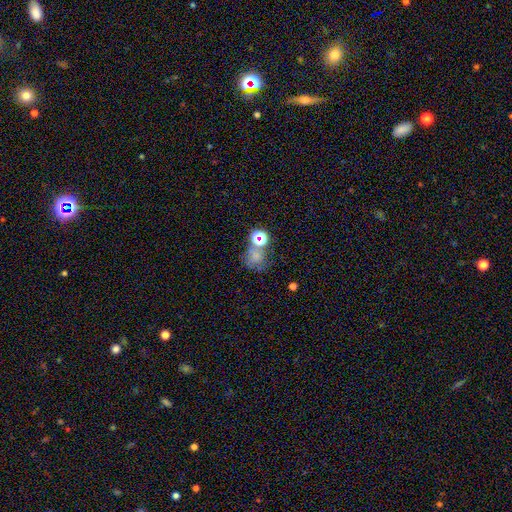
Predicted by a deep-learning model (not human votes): smooth-or-featured: smooth: 56% | star or artifact: 28% | featured or disk: 17%
  how-rounded: round: 69% | in between: 30% | cigar-shaped: 1%
  merging: none: 44% | merger: 25% | minor disturbance: 16% | major disturbance: 15%